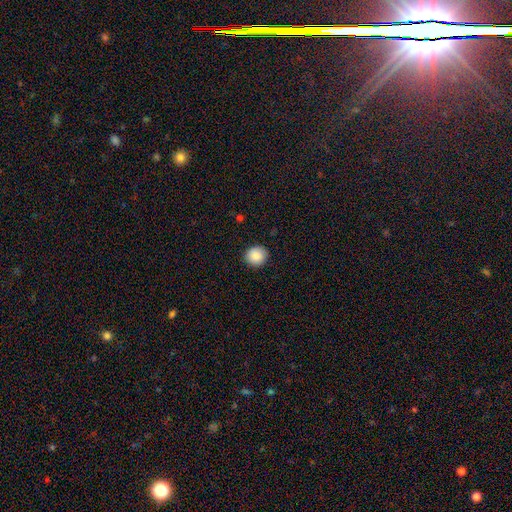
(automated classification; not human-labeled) smooth_or_featured: smooth (p=0.88) [alt: star or artifact p=0.08]
how_rounded: round (p=0.89) [alt: in between p=0.11]
merging: none (p=0.91) [alt: minor disturbance p=0.06]